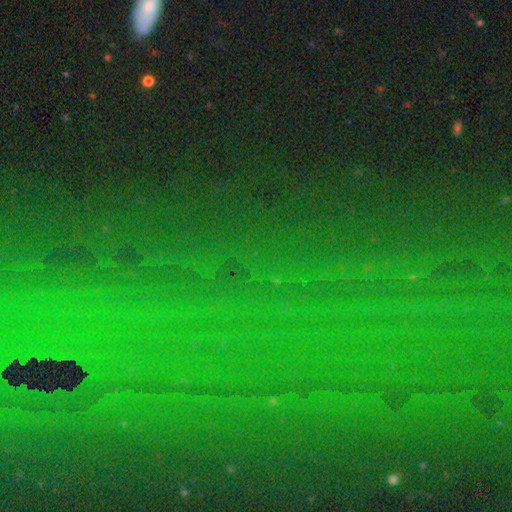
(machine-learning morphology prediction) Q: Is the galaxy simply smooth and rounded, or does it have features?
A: star or artifact — 79%.